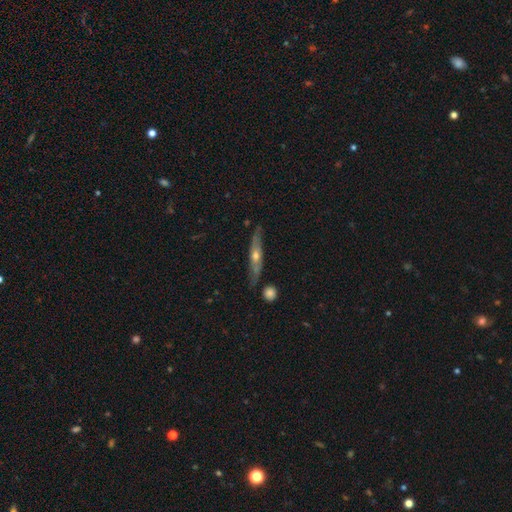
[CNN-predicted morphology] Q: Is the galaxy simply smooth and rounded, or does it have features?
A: featured or disk — 69%.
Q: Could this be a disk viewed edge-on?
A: yes — 81%.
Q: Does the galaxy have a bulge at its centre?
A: rounded — 81%.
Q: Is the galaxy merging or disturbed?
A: none — 78%.